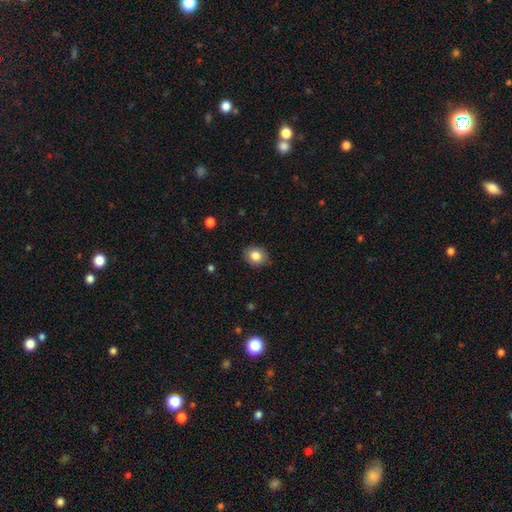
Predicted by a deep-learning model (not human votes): Smooth or featured: smooth — 83% (star or artifact — 9%)
How rounded: round — 56% (in between — 43%)
Merging: none — 84% (minor disturbance — 12%)